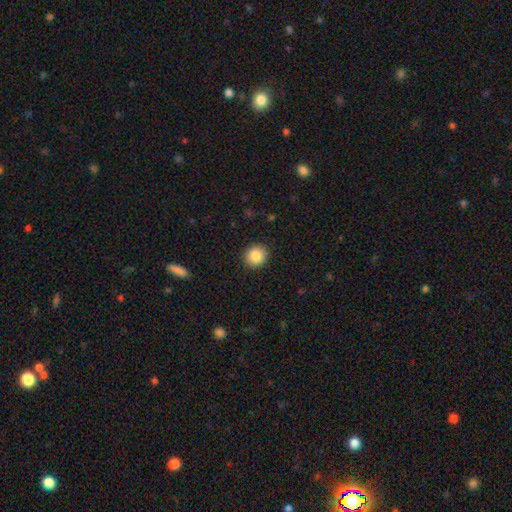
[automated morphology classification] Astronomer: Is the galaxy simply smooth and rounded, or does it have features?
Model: smooth — 85%.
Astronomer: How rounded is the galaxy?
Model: round — 83%.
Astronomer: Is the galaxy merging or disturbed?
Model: none — 91%.